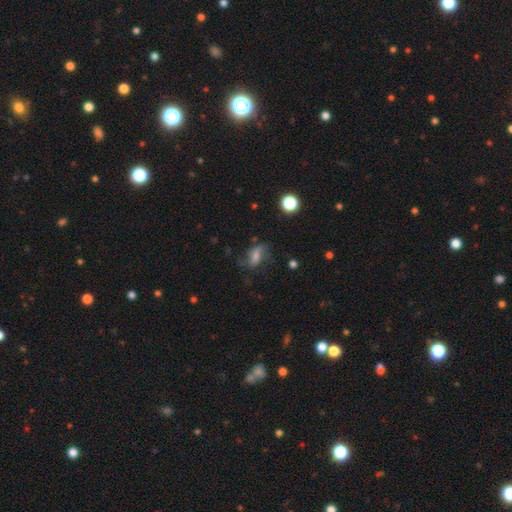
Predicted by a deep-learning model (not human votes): smooth_or_featured: smooth (p=0.48) [alt: featured or disk p=0.39]
merging: none (p=0.57) [alt: minor disturbance p=0.24]